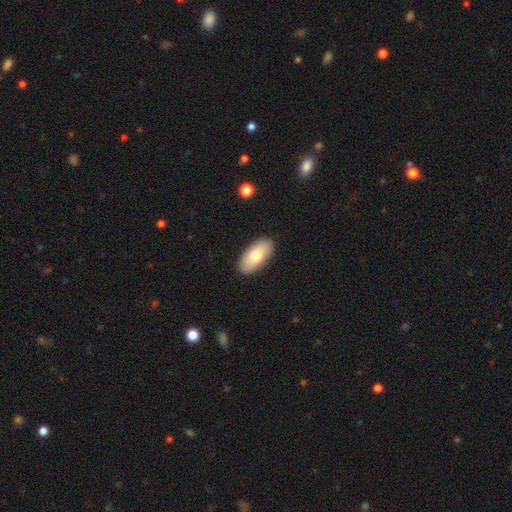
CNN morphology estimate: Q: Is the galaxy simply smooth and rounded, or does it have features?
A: smooth — 75%.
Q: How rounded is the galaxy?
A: in between — 93%.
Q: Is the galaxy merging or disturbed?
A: none — 89%.